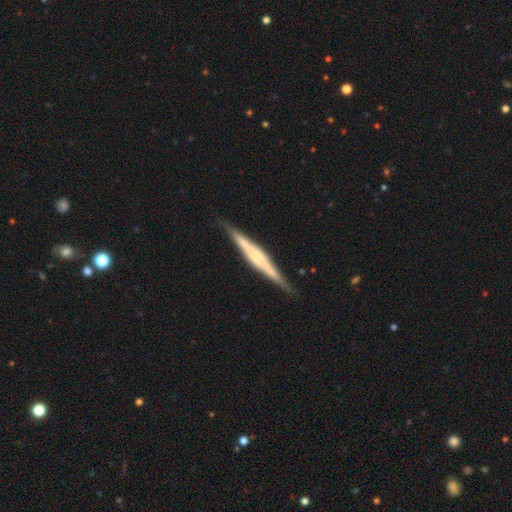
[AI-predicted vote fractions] The model was most divided on "edge-on bulge": rounded: 48%, boxy: 36%, none: 16%. More confident: edge-on disk — yes (98%); merging — none (88%); smooth or featured — featured or disk (75%).